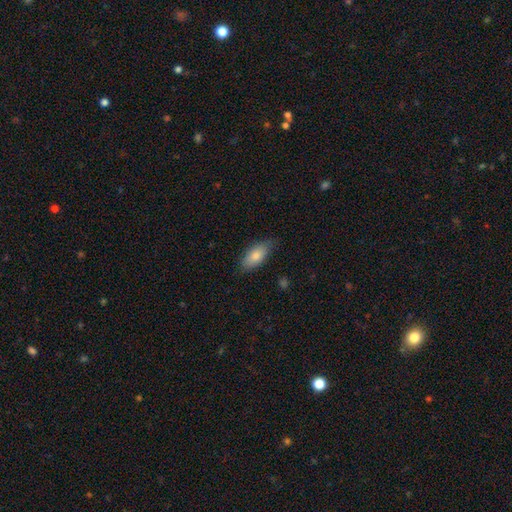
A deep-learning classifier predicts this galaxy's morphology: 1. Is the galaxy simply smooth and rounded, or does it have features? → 83% smooth, 11% featured or disk, 6% star or artifact.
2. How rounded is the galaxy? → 89% in between, 9% cigar-shaped, 3% round.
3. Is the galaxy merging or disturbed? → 78% none, 18% minor disturbance, 3% major disturbance, 1% merger.